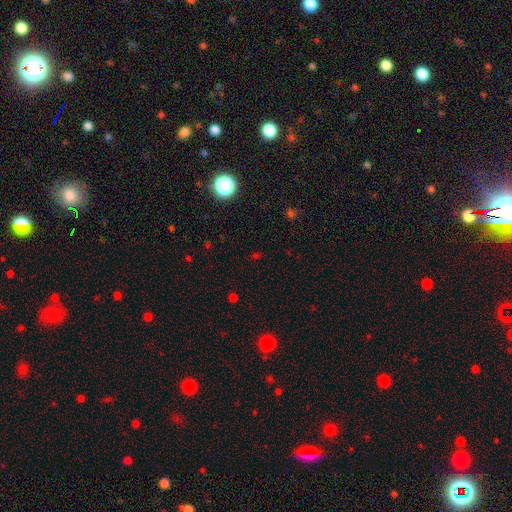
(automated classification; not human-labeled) star or artifact 61%, smooth 32%, featured or disk 7%.